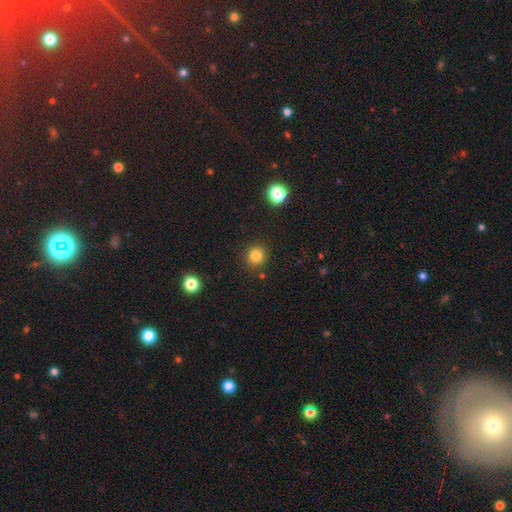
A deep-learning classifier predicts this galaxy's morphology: A smooth galaxy with no disk features (83%) that is round (91%). Merging: none (89%).